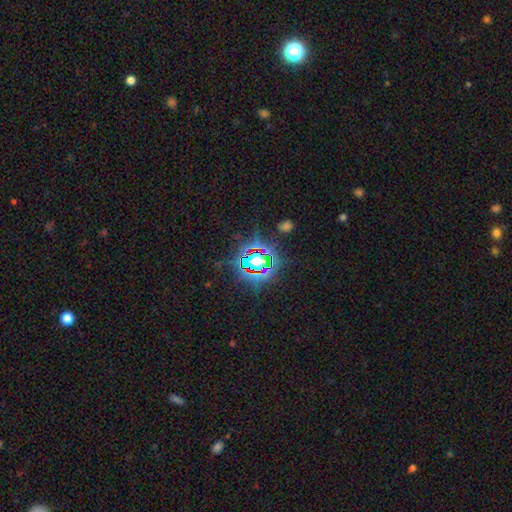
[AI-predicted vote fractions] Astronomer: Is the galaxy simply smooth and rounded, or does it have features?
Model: star or artifact — 82%.